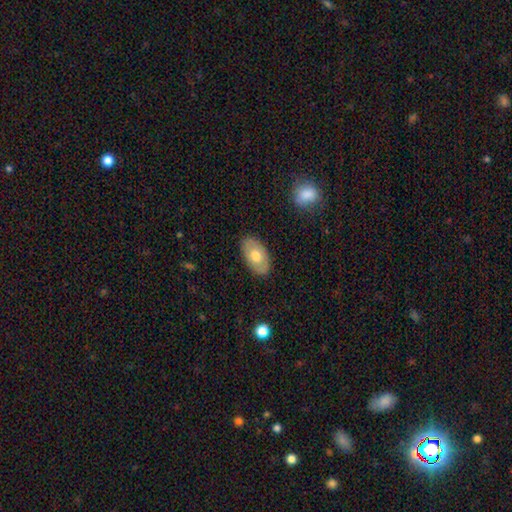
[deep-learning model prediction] Smooth or featured?
  - smooth: 62% *
  - featured or disk: 32%
  - star or artifact: 6%
How rounded?
  - in between: 93% *
  - round: 5%
  - cigar-shaped: 1%
Merging?
  - none: 85% *
  - minor disturbance: 11%
  - major disturbance: 2%
  - merger: 1%